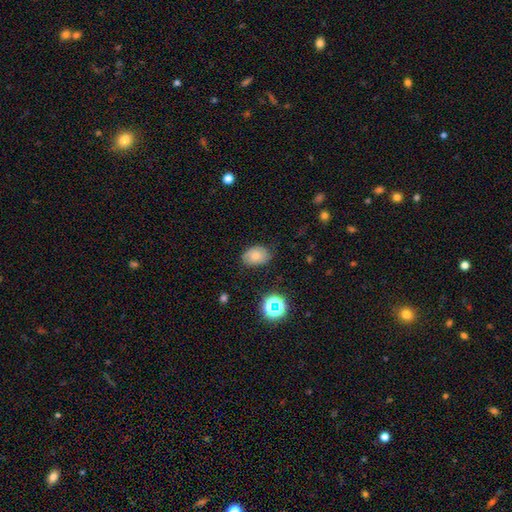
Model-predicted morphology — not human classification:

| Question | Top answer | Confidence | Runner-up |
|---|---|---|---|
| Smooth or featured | smooth | 69% | featured or disk (17%) |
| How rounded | in between | 78% | round (21%) |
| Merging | none | 70% | minor disturbance (23%) |